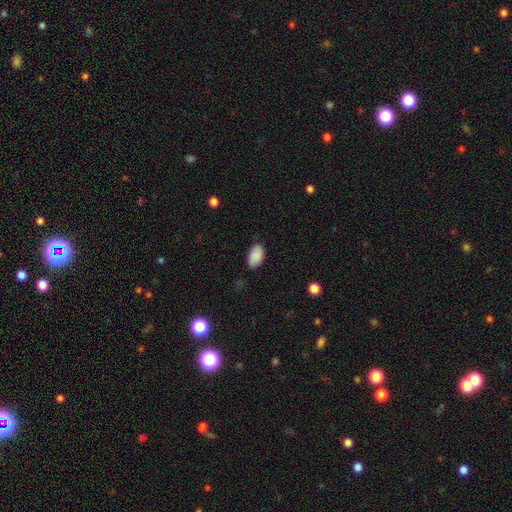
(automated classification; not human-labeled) Smooth or featured? smooth (89%)
How rounded? in between (94%)
Merging? none (79%)